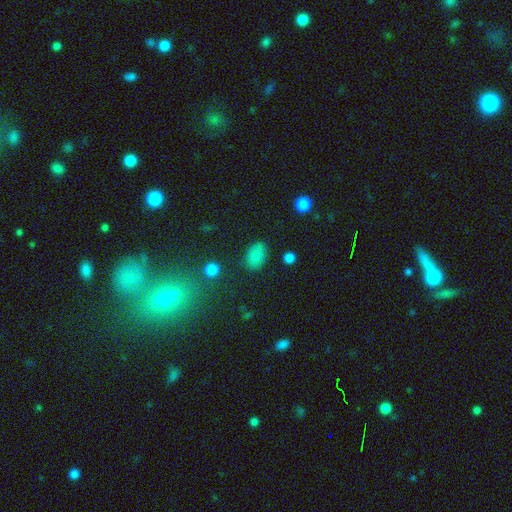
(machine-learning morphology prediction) smooth_or_featured: smooth (p=0.83) [alt: star or artifact p=0.12]
how_rounded: in between (p=0.85) [alt: round p=0.14]
merging: none (p=0.78) [alt: minor disturbance p=0.15]